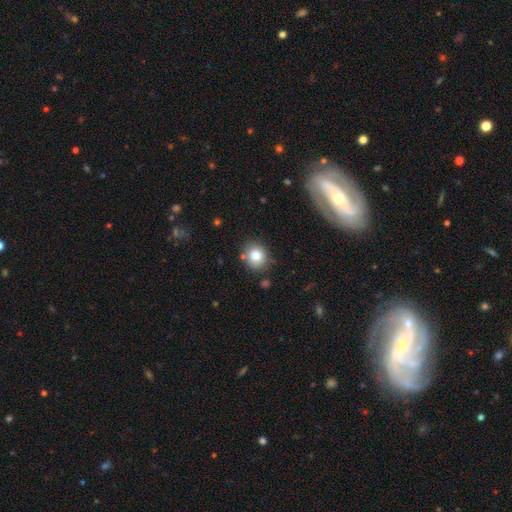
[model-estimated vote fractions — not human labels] Overall: smooth (81%). How rounded: round (75%). Merging: none (81%).